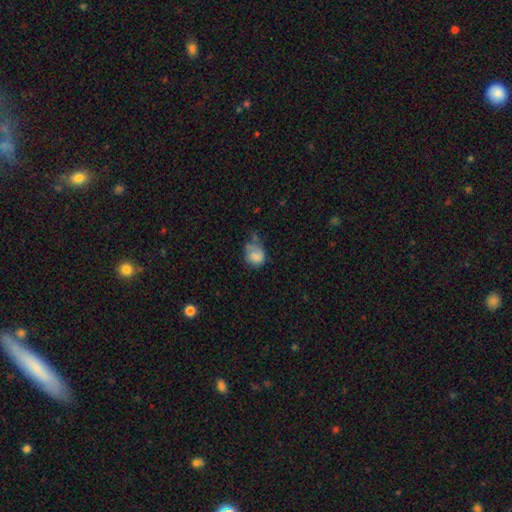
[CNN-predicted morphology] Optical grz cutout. It shows a smooth galaxy with no disk features (72%) that is in between round and cigar-shaped (52%). Merging: minor disturbance (34%).